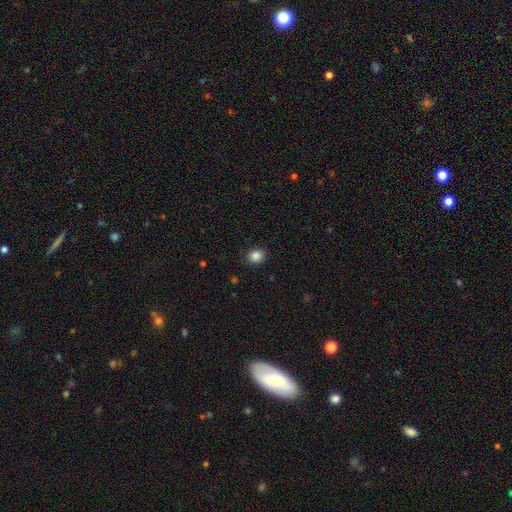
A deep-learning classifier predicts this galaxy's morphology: smooth 87%, star or artifact 10%, featured or disk 3%. Down the decision tree: how rounded — round (62%); merging — none (90%).